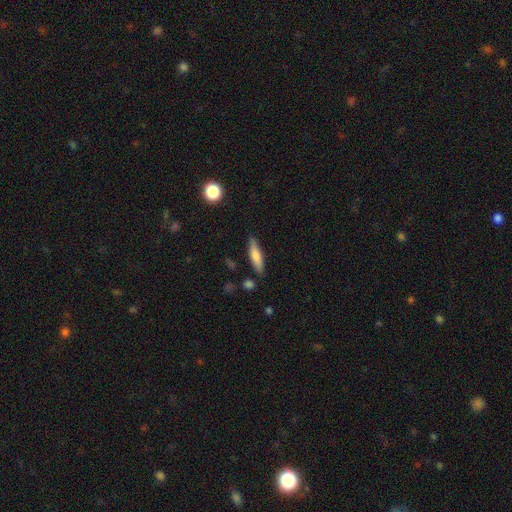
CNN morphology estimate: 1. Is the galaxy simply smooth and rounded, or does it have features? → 72% smooth, 22% featured or disk, 6% star or artifact.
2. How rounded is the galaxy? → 74% cigar-shaped, 25% in between, 2% round.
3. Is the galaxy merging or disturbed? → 84% none, 11% minor disturbance, 2% merger, 2% major disturbance.